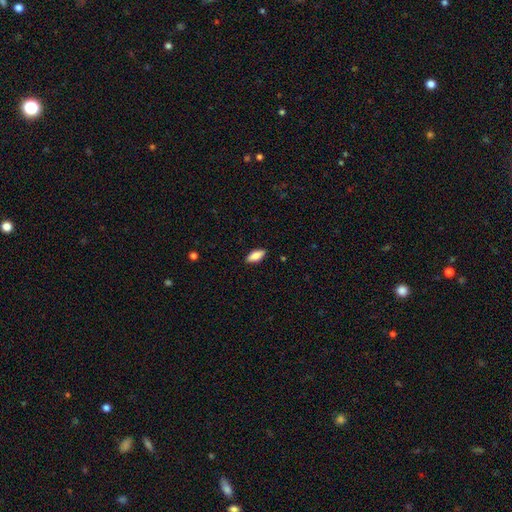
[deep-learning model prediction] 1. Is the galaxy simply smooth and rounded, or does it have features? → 83% smooth, 11% featured or disk, 6% star or artifact.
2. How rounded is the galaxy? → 81% in between, 17% cigar-shaped, 2% round.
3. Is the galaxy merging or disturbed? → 88% none, 9% minor disturbance, 2% major disturbance, 1% merger.